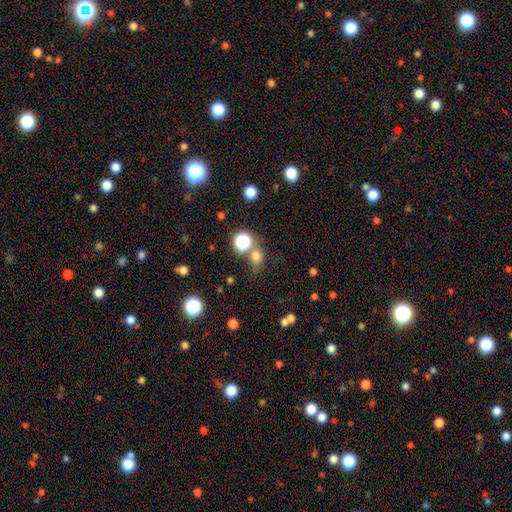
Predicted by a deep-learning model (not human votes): Overall: smooth (68%). How rounded: round (66%; in between 31%). Merging: none (61%).